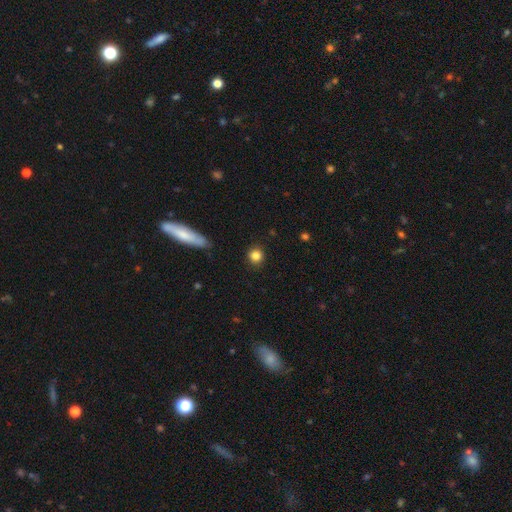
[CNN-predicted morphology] Smooth or featured? Predicted: smooth (p=0.84). How rounded? Predicted: round (p=0.90). Merging? Predicted: none (p=0.89).